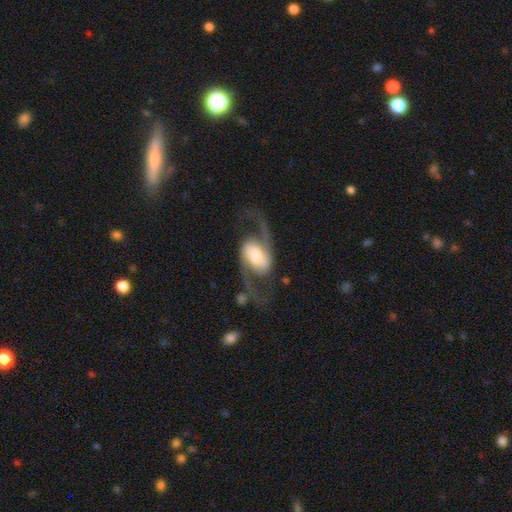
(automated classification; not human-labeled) smooth_or_featured: featured or disk (p=0.87) [alt: smooth p=0.08]
disk_edge_on: no (p=0.97) [alt: yes p=0.03]
bar: weak (p=0.39) [alt: no p=0.35]
has_spiral_arms: yes (p=0.97) [alt: no p=0.03]
spiral_winding: loose (p=0.64) [alt: medium p=0.30]
spiral_arm_count: 2 (p=0.94) [alt: 1 p=0.02]
bulge_size: moderate (p=0.36) [alt: large p=0.30]
merging: none (p=0.66) [alt: major disturbance p=0.17]